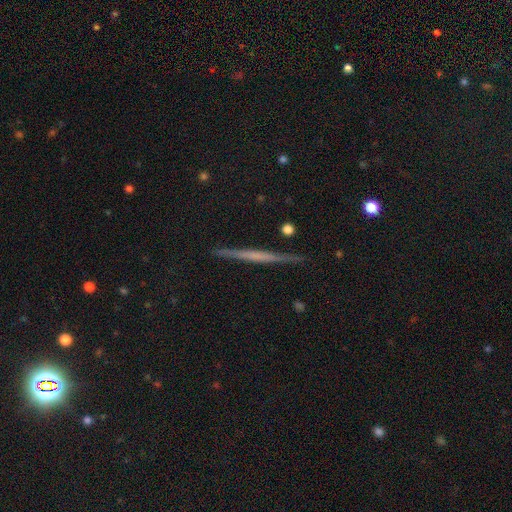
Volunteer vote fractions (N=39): featured or disk 62%, smooth 33%, star or artifact 5%. Down the decision tree: edge-on disk — yes (96%); edge-on bulge — none (70%); merging — none (86%).